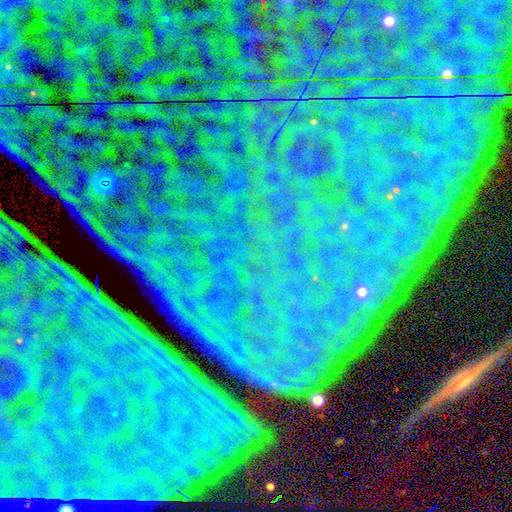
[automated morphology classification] smooth_or_featured: star or artifact (p=0.86) [alt: featured or disk p=0.08]